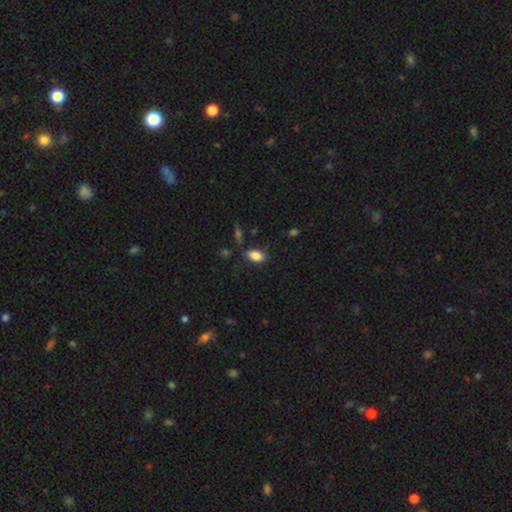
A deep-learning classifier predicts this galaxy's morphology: Smooth or featured? Predicted: smooth (p=0.84). How rounded? Predicted: in between (p=0.90). Merging? Predicted: none (p=0.75).